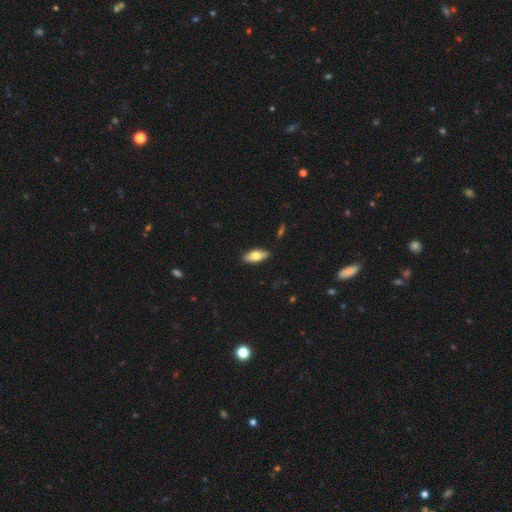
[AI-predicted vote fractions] This is likely a smooth galaxy (71%). How rounded: clearly in between (84%). Merging: clearly none (88%).